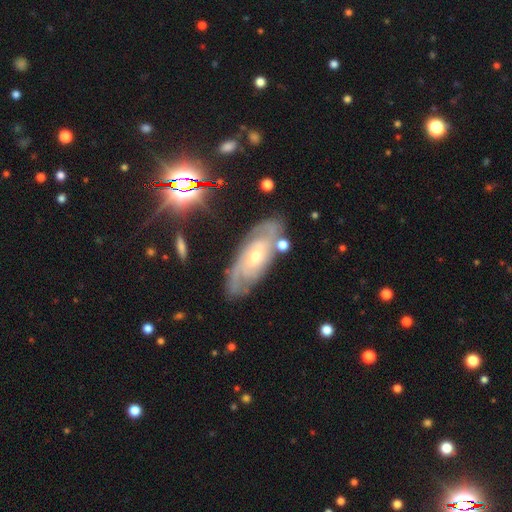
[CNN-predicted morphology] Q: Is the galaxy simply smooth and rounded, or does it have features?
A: featured or disk — 80%.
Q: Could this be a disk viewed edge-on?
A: no — 90%.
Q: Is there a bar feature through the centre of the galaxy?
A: no — 62%.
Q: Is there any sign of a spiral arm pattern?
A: yes — 94%.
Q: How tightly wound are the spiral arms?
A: tight — 66%.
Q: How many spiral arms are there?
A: can't tell — 39%.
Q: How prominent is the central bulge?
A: small — 57%.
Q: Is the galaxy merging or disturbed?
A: none — 77%.